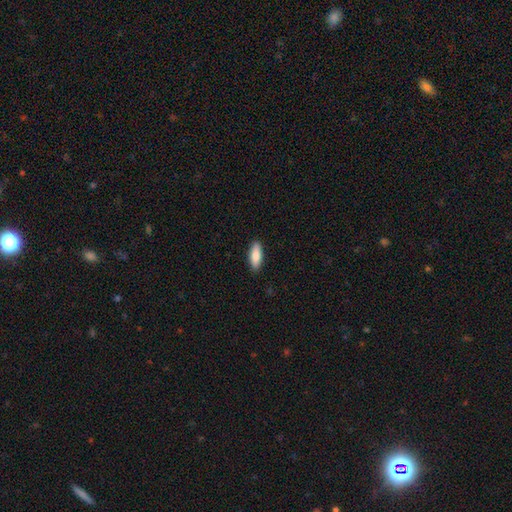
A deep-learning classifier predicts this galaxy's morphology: A smooth galaxy with no disk features (84%) that is in between round and cigar-shaped (65%). Merging: none (89%).